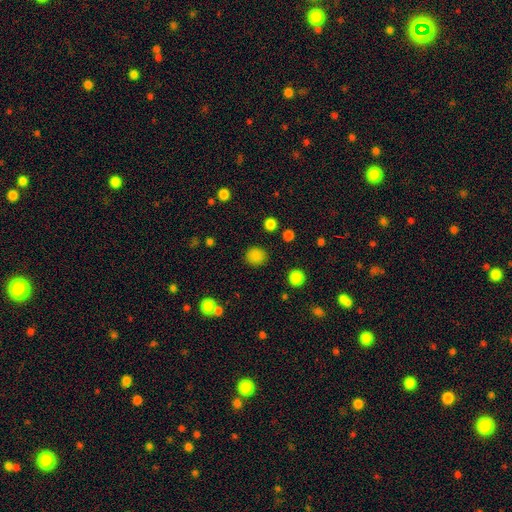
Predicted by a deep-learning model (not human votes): smooth_or_featured: smooth (p=0.84) [alt: star or artifact p=0.12]
how_rounded: round (p=0.87) [alt: in between p=0.12]
merging: none (p=0.88) [alt: minor disturbance p=0.07]